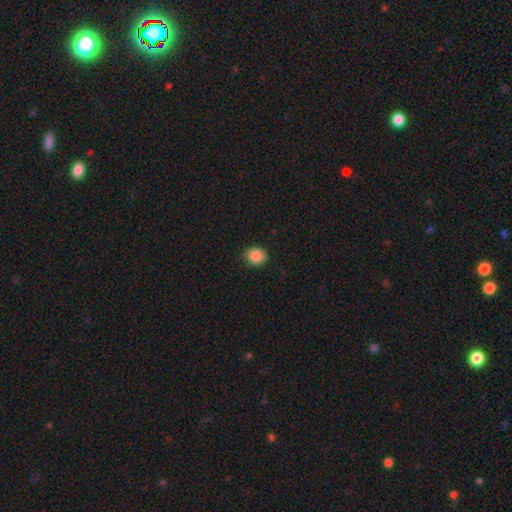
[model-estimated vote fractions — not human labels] This appears to be a smooth galaxy with no disk features (87%) that is round (67%). Merging: none (80%).